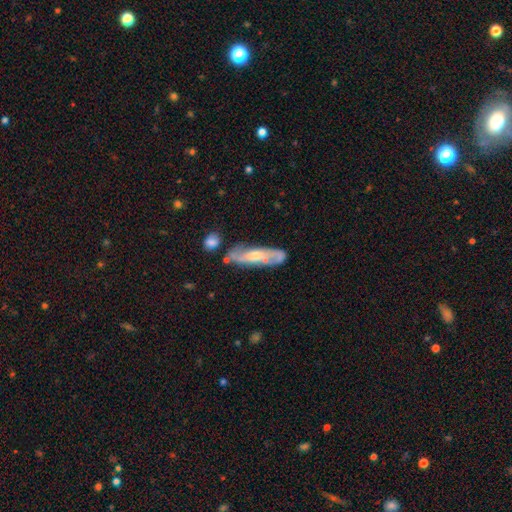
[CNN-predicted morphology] type=featured or disk (64%); edge-on=no (72%); merging=none (61%).